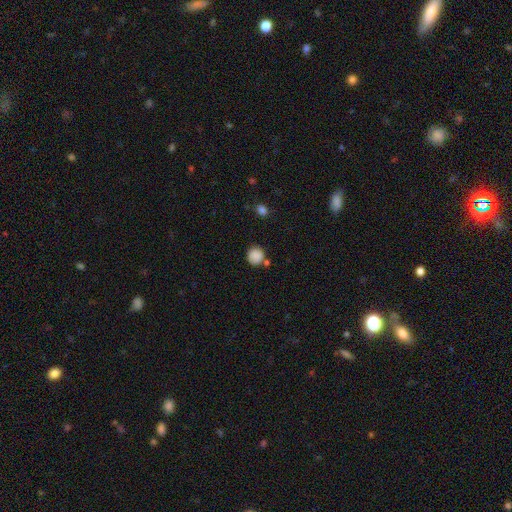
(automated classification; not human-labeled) A smooth galaxy with no disk features (87%) that is round (90%).

Vote fractions:
- Smooth or featured? smooth: 87% / star or artifact: 9% / featured or disk: 4%
- How rounded? round: 90% / in between: 9% / cigar-shaped: 1%
- Merging? none: 76% / minor disturbance: 12% / merger: 9% / major disturbance: 4%